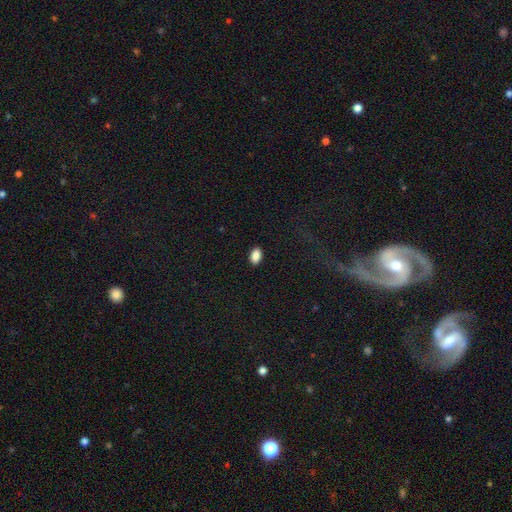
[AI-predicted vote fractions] This is clearly a smooth galaxy (88%). How rounded: clearly in between (91%). Merging: clearly none (90%).